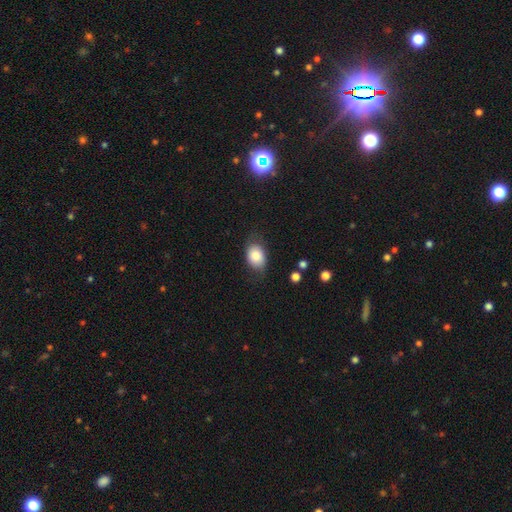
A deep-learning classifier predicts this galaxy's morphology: smooth 81%, featured or disk 11%, star or artifact 8%. Down the decision tree: how rounded — in between (73%); merging — none (68%).